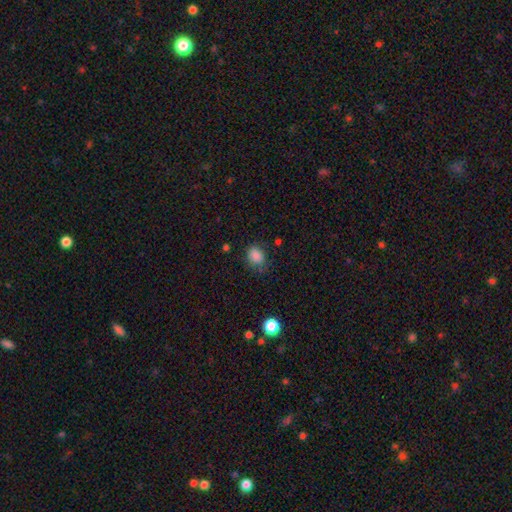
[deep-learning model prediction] Smooth or featured: smooth — 85% (star or artifact — 11%)
How rounded: in between — 53% (round — 46%)
Merging: none — 68% (minor disturbance — 24%)